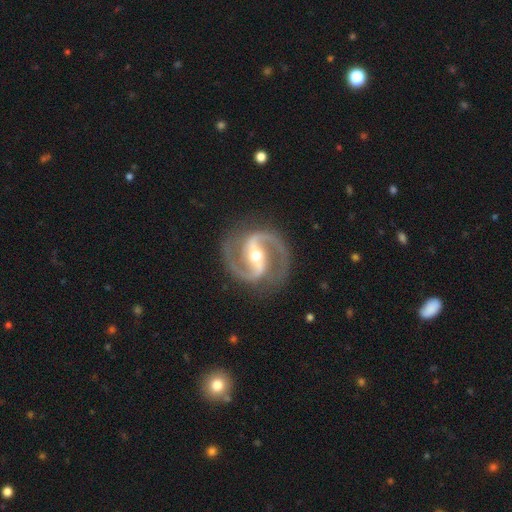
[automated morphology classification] featured or disk 94%, star or artifact 4%, smooth 2%. Down the decision tree: edge-on disk — no (98%); bar — strong (61%); spiral arms — yes (98%); spiral arm count — 2 (95%); spiral winding — medium (66%); bulge size — moderate (63%); merging — none (87%).